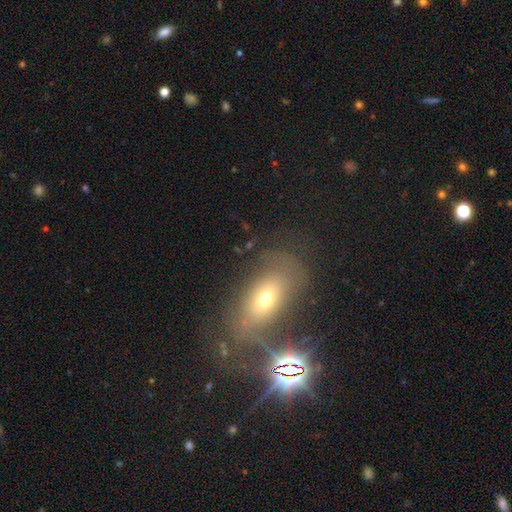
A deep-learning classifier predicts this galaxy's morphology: Smooth or featured?
  - featured or disk: 43% *
  - smooth: 35%
  - star or artifact: 22%
Merging?
  - none: 65% *
  - minor disturbance: 16%
  - merger: 10%
  - major disturbance: 9%